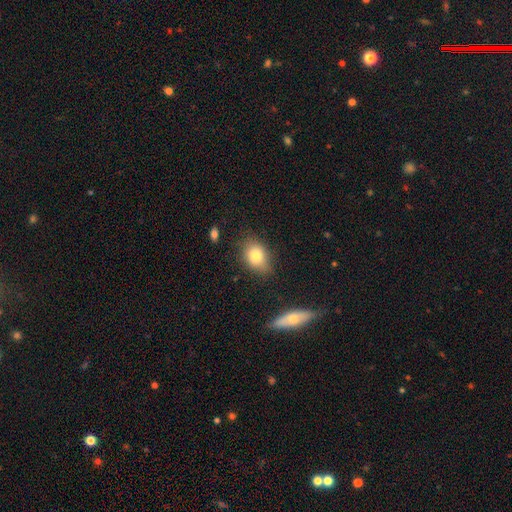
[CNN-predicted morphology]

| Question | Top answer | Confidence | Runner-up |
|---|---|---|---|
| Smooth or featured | smooth | 79% | featured or disk (12%) |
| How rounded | in between | 70% | round (28%) |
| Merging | none | 76% | minor disturbance (17%) |